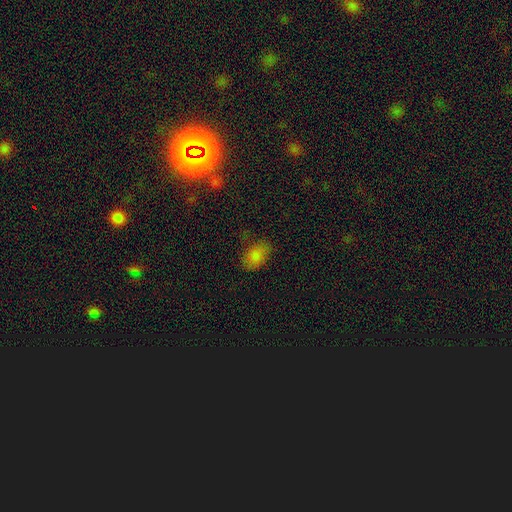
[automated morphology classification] The model was most divided on "merging": none: 67%, minor disturbance: 24%, major disturbance: 8%, merger: 2%. More confident: how rounded — in between (88%); smooth or featured — smooth (81%).